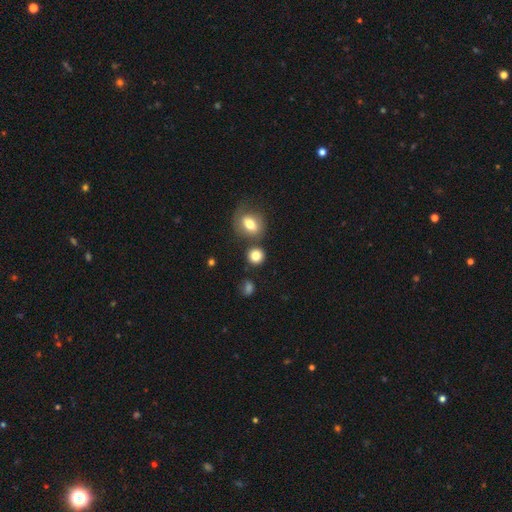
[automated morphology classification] type=smooth (82%); roundness=round (84%); merging=none (74%).